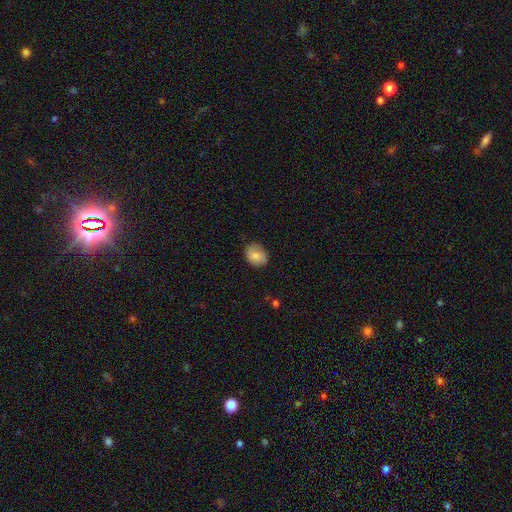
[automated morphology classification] smooth_or_featured: smooth (p=0.82) [alt: featured or disk p=0.11]
how_rounded: in between (p=0.54) [alt: round p=0.45]
merging: none (p=0.78) [alt: minor disturbance p=0.17]